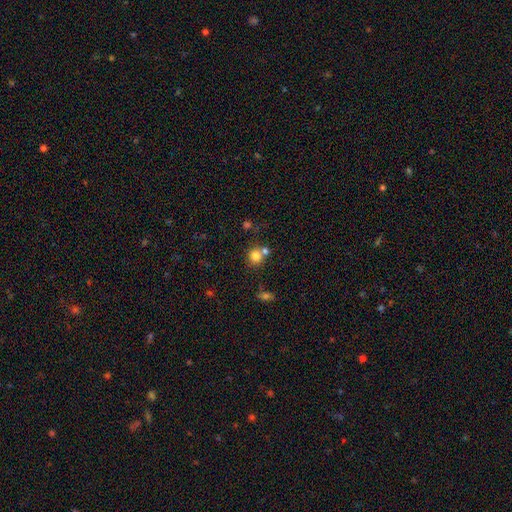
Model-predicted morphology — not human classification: smooth 79%, star or artifact 12%, featured or disk 8%. Down the decision tree: how rounded — round (87%); merging — none (58%).